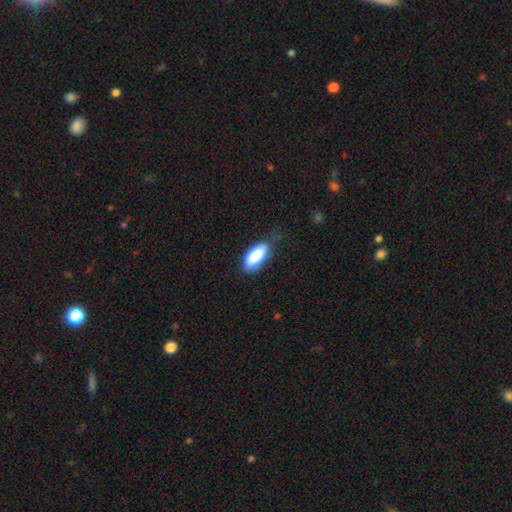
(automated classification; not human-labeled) smooth 86%, featured or disk 8%, star or artifact 6%. Down the decision tree: how rounded — in between (85%); merging — none (63%).